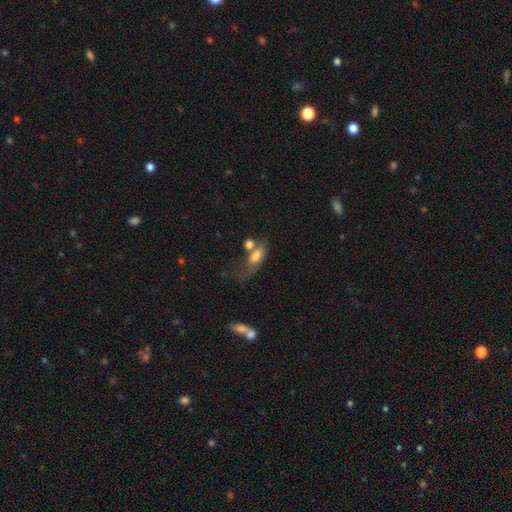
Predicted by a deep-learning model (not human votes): smooth-or-featured: smooth: 71% | featured or disk: 20% | star or artifact: 9%
  how-rounded: in between: 81% | cigar-shaped: 11% | round: 8%
  merging: merger: 37% | none: 24% | major disturbance: 22% | minor disturbance: 16%